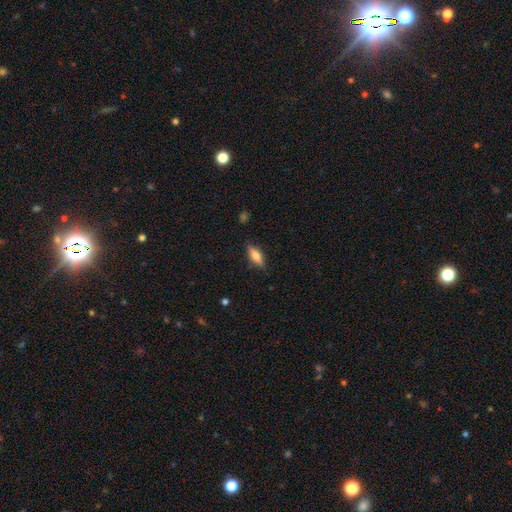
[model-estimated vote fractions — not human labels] smooth 68%, featured or disk 25%, star or artifact 7%. Down the decision tree: how rounded — in between (62%); merging — none (81%).